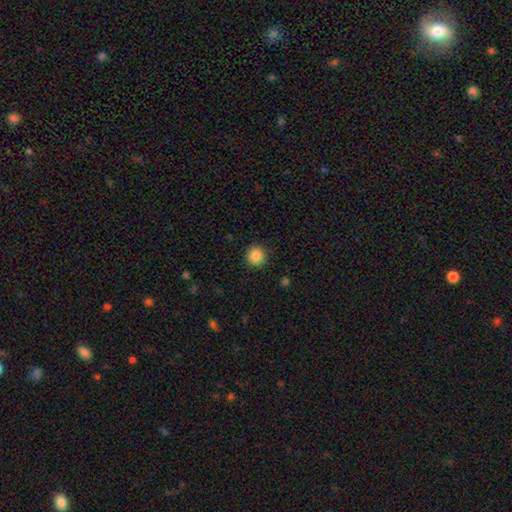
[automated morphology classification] Smooth or featured? Predicted: smooth (p=0.87). How rounded? Predicted: round (p=0.93). Merging? Predicted: none (p=0.91).